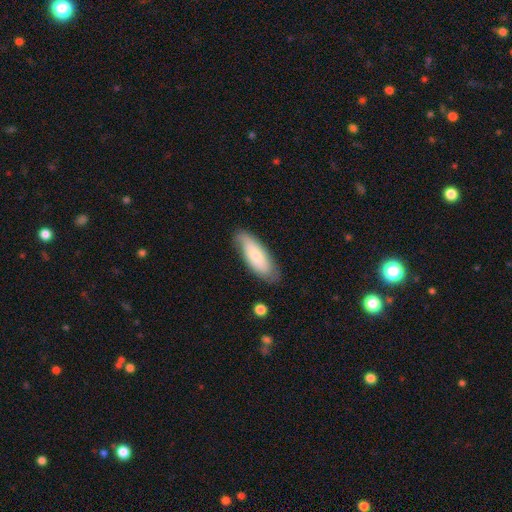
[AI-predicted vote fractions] Smooth or featured? Predicted: smooth (p=0.64). How rounded? Predicted: in between (p=0.68). Merging? Predicted: none (p=0.73).